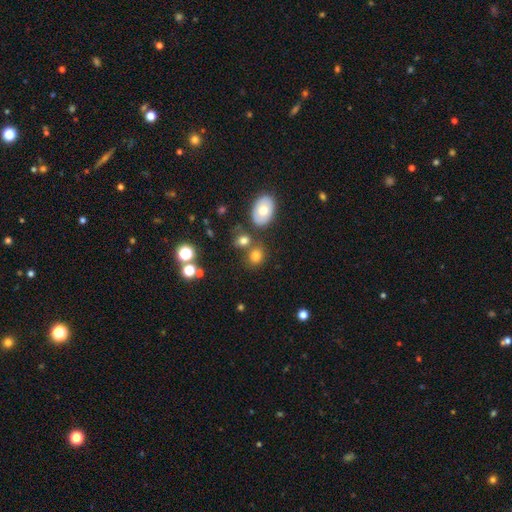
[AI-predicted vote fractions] Smooth or featured? Predicted: smooth (p=0.76). How rounded? Predicted: round (p=0.57). Merging? Predicted: none (p=0.67).